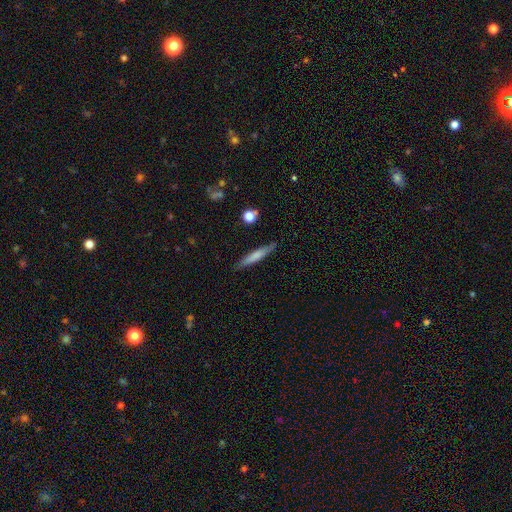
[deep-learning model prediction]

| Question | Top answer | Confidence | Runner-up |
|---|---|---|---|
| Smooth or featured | smooth | 65% | featured or disk (29%) |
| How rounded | cigar-shaped | 94% | in between (5%) |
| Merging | none | 87% | minor disturbance (9%) |